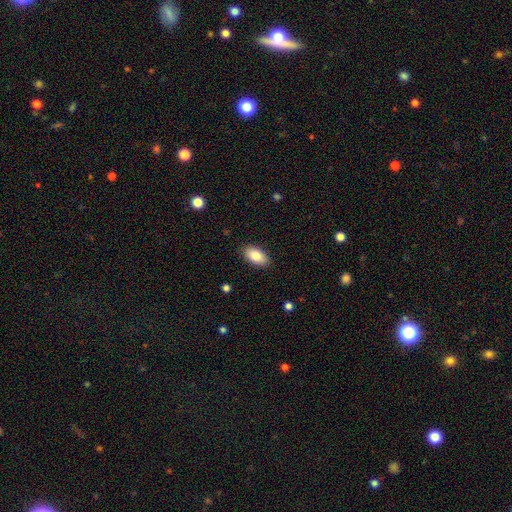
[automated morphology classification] Smooth or featured? Predicted: smooth (p=0.83). How rounded? Predicted: in between (p=0.93). Merging? Predicted: none (p=0.88).